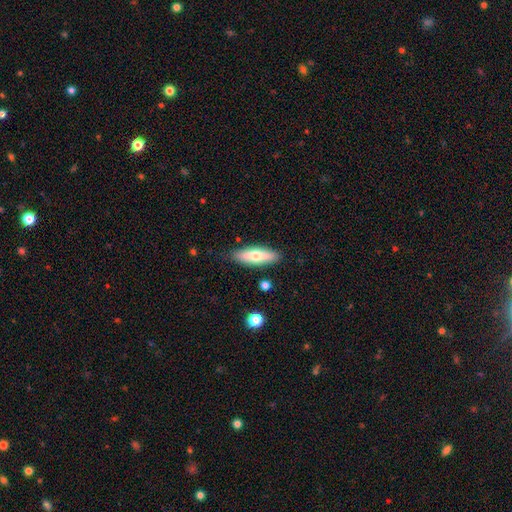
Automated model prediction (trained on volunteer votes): Overall: smooth (65%; featured or disk 29%). How rounded: in between (49%, tied with cigar-shaped). Merging: none (85%).